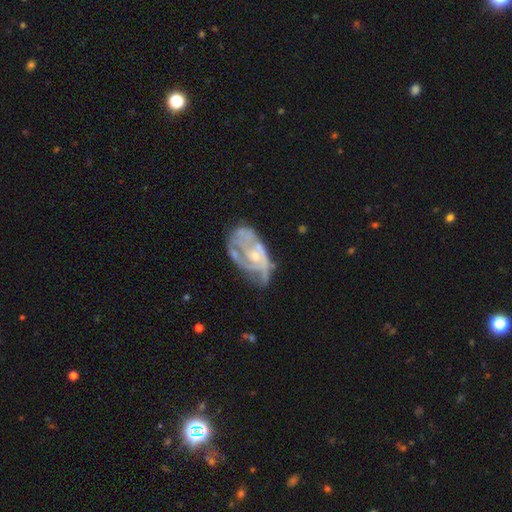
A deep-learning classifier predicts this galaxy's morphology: Smooth or featured?
  - featured or disk: 79% *
  - smooth: 14%
  - star or artifact: 7%
Edge-on disk?
  - no: 97% *
  - yes: 3%
Bar?
  - no: 75% *
  - weak: 21%
  - strong: 4%
Spiral arms?
  - yes: 73% *
  - no: 27%
Spiral winding?
  - tight: 43% *
  - medium: 38%
  - loose: 19%
Spiral arm count?
  - can't tell: 40% *
  - 2: 26%
  - 3: 17%
  - 1: 8%
  - 4: 5%
  - more than 4: 4%
Bulge size?
  - small: 58% *
  - moderate: 33%
  - none: 6%
  - large: 2%
  - dominant: 1%
Merging?
  - none: 37% *
  - major disturbance: 30%
  - minor disturbance: 27%
  - merger: 6%